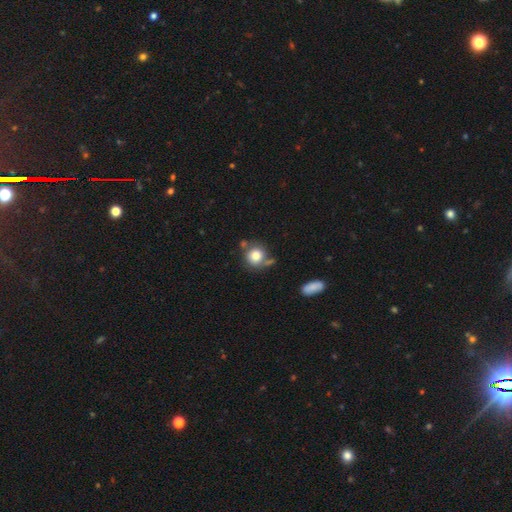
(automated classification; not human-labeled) smooth 81%, featured or disk 10%, star or artifact 9%. Down the decision tree: how rounded — round (84%); merging — none (59%).